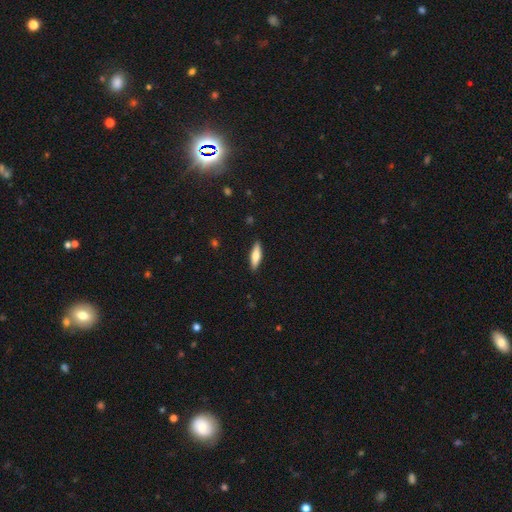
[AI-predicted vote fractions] A smooth galaxy with no disk features (65%) that is cigar-shaped (59%). Merging: none (89%).